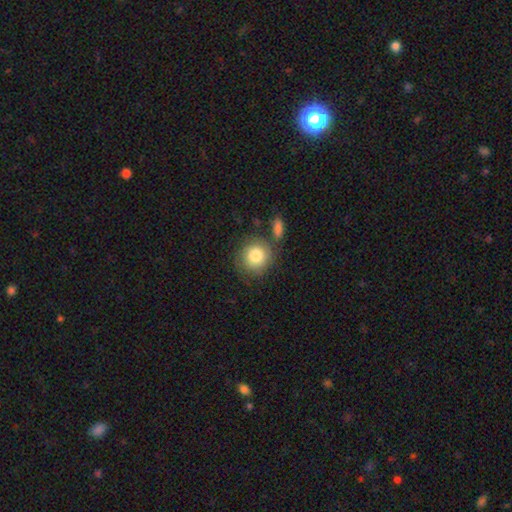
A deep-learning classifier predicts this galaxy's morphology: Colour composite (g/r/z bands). It shows a smooth galaxy with no disk features (81%) that is round (88%). Merging: none (69%).